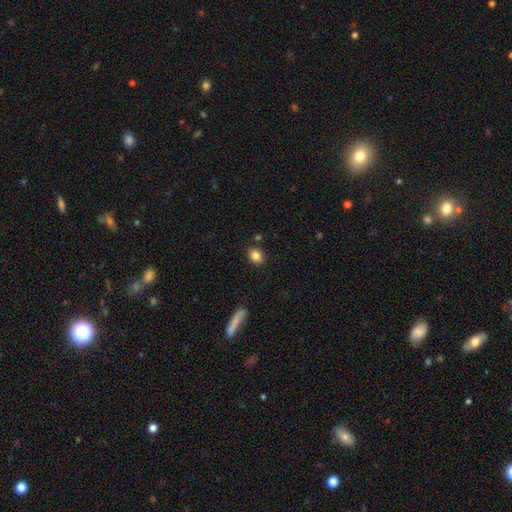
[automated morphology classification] Smooth or featured: smooth — 85% (star or artifact — 9%)
How rounded: in between — 62% (round — 36%)
Merging: none — 85% (minor disturbance — 9%)